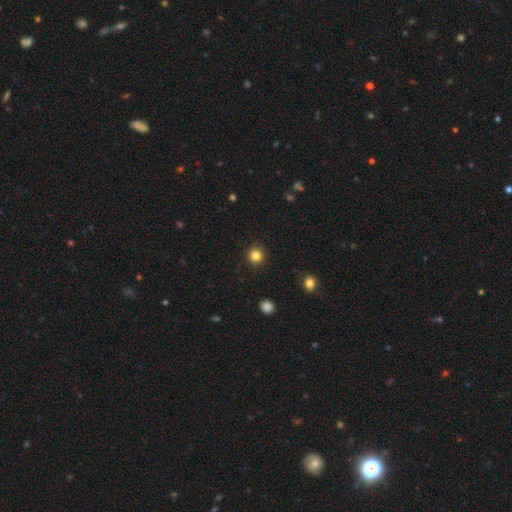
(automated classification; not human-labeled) Morphology: type=smooth (83%); roundness=round (94%); merging=none (92%).